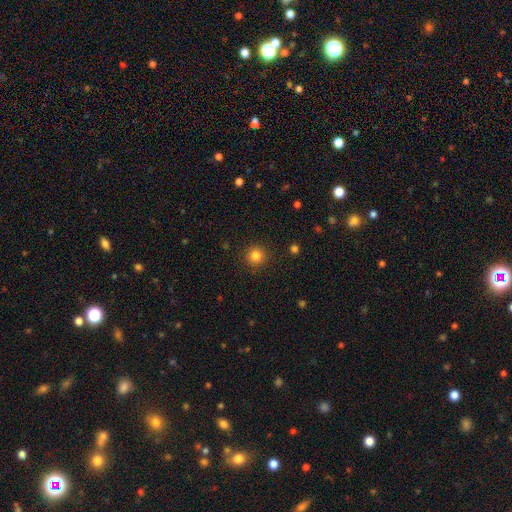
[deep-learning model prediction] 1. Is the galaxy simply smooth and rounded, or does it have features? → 82% smooth, 13% star or artifact, 5% featured or disk.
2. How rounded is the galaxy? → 94% round, 5% in between, 1% cigar-shaped.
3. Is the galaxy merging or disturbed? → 91% none, 6% minor disturbance, 2% major disturbance, 1% merger.